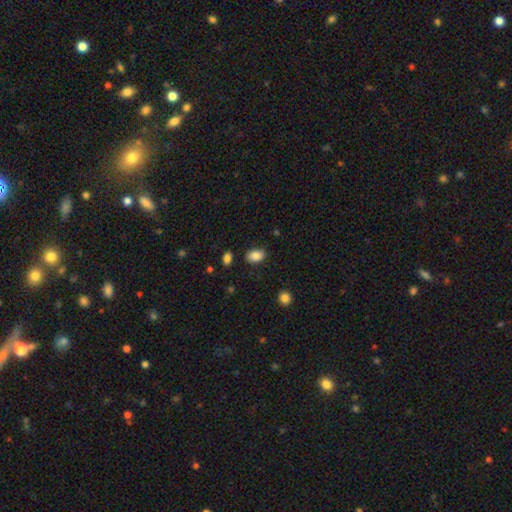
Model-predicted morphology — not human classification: This appears to be a smooth galaxy with no disk features (85%) that is in between round and cigar-shaped (86%). Merging: none (85%).